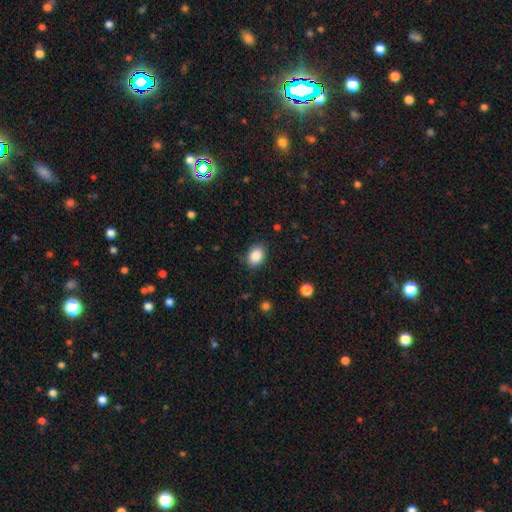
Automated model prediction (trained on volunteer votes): The model was most divided on "how rounded": in between: 75%, round: 24%, cigar-shaped: 1%. More confident: smooth or featured — smooth (88%); merging — none (84%).